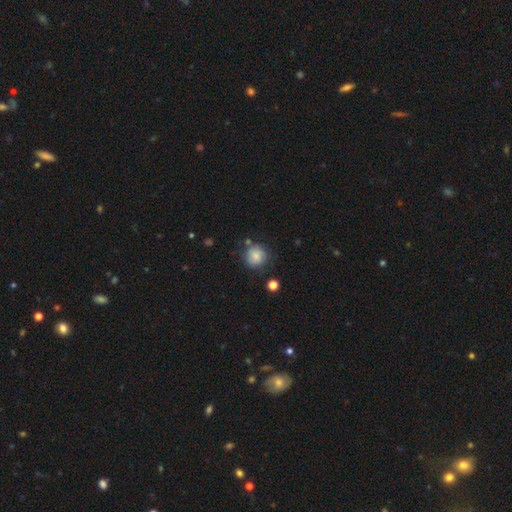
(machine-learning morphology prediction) smooth-or-featured: smooth: 77% | featured or disk: 13% | star or artifact: 9%
  how-rounded: round: 88% | in between: 11% | cigar-shaped: 1%
  merging: none: 70% | minor disturbance: 19% | major disturbance: 6% | merger: 5%